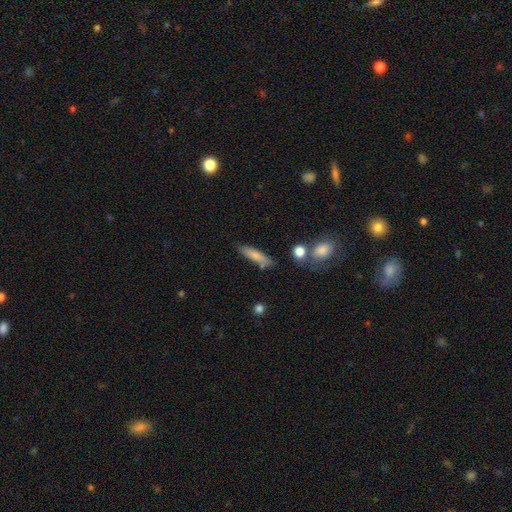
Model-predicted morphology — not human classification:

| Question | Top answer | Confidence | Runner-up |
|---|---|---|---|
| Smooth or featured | smooth | 75% | featured or disk (18%) |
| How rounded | cigar-shaped | 74% | in between (23%) |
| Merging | none | 73% | minor disturbance (16%) |